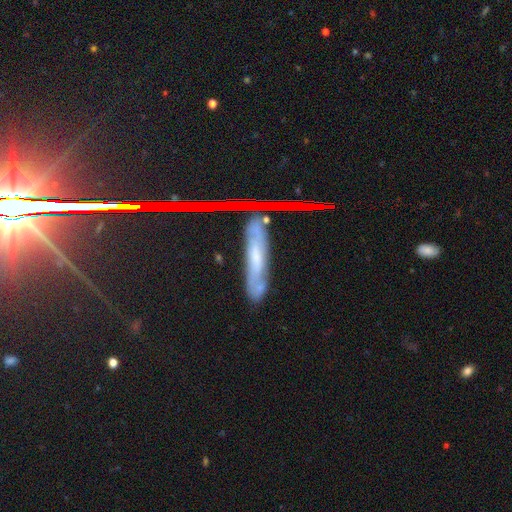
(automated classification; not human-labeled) Q: Smooth or featured?
A: featured or disk (52%); runner-up: smooth (30%)
Q: Edge-on disk?
A: yes (60%); runner-up: no (40%)
Q: Merging?
A: none (71%); runner-up: minor disturbance (19%)